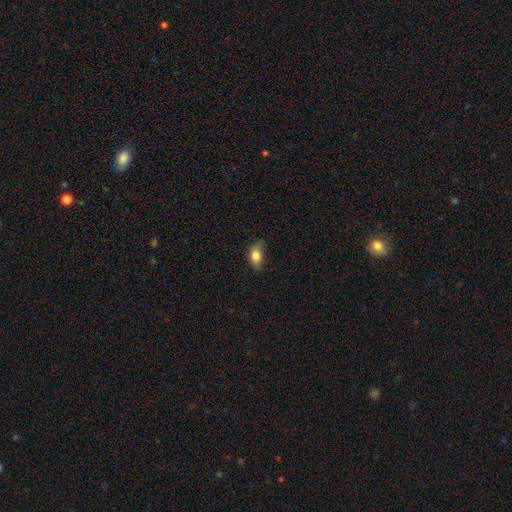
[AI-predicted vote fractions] This is clearly a smooth galaxy (83%). How rounded: clearly in between (81%). Merging: possibly none (57%).